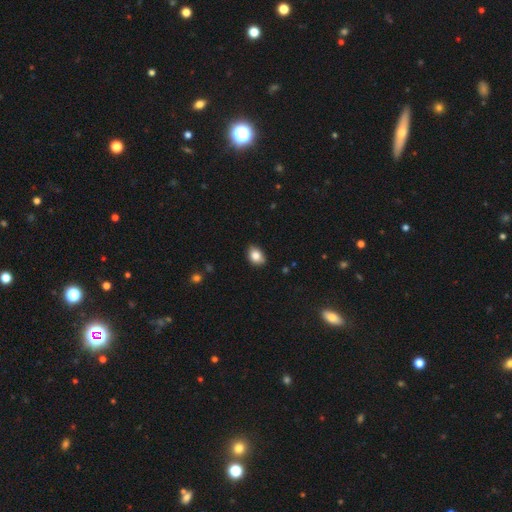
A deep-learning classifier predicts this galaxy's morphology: A smooth galaxy with no disk features (84%) that is in between round and cigar-shaped (72%).

Vote fractions:
- Smooth or featured? smooth: 84% / star or artifact: 9% / featured or disk: 8%
- How rounded? in between: 72% / round: 27% / cigar-shaped: 1%
- Merging? none: 79% / minor disturbance: 18% / major disturbance: 2% / merger: 1%